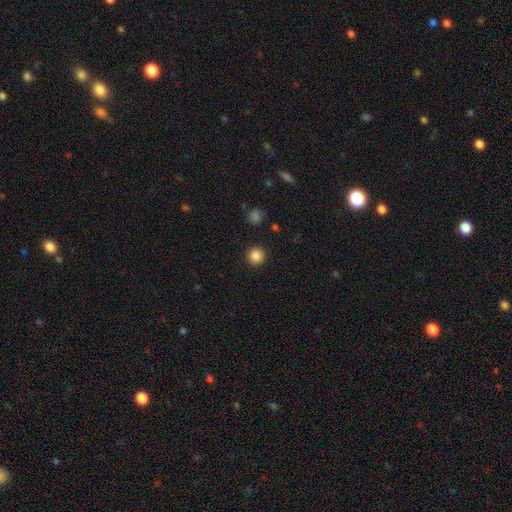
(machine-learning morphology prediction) Smooth or featured?
  - smooth: 86% *
  - star or artifact: 11%
  - featured or disk: 3%
How rounded?
  - round: 94% *
  - in between: 5%
  - cigar-shaped: 1%
Merging?
  - none: 92% *
  - minor disturbance: 5%
  - major disturbance: 2%
  - merger: 1%